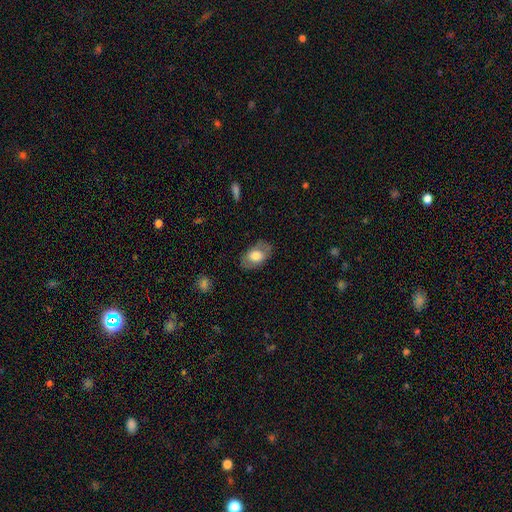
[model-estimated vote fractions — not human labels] This is likely a smooth galaxy (65%). How rounded: clearly in between (90%). Merging: likely none (78%).